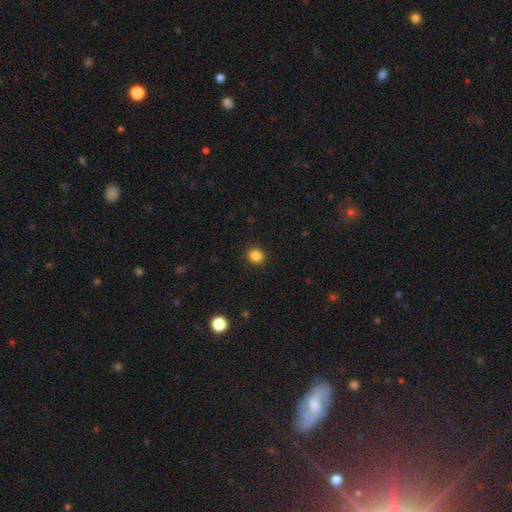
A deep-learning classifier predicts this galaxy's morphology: The model was most divided on "how rounded": round: 83%, in between: 16%, cigar-shaped: 1%. More confident: merging — none (91%); smooth or featured — smooth (85%).